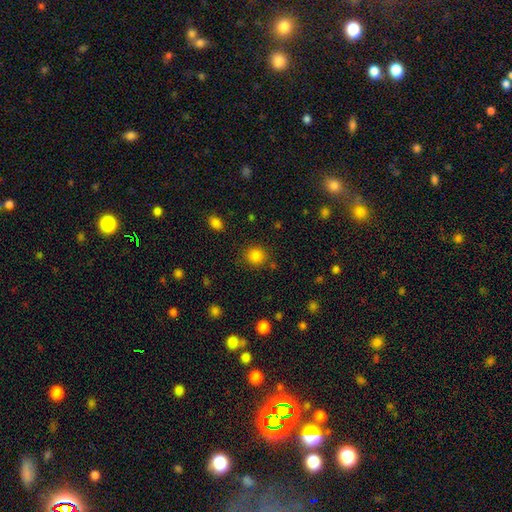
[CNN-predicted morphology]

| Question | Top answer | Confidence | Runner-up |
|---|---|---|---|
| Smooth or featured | smooth | 85% | star or artifact (11%) |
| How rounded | round | 87% | in between (12%) |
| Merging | none | 86% | minor disturbance (8%) |